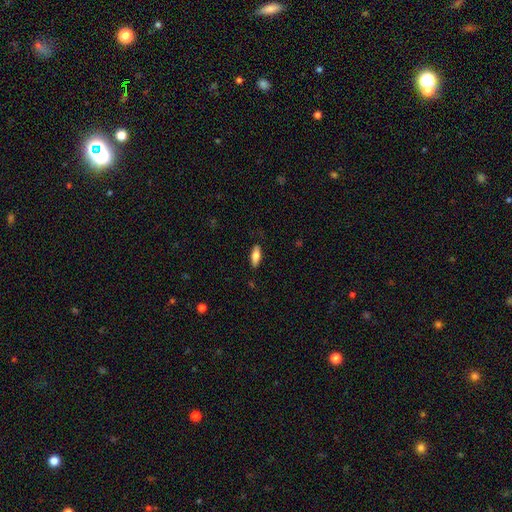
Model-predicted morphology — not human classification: Smooth or featured? Predicted: smooth (p=0.76). How rounded? Predicted: in between (p=0.75). Merging? Predicted: none (p=0.85).